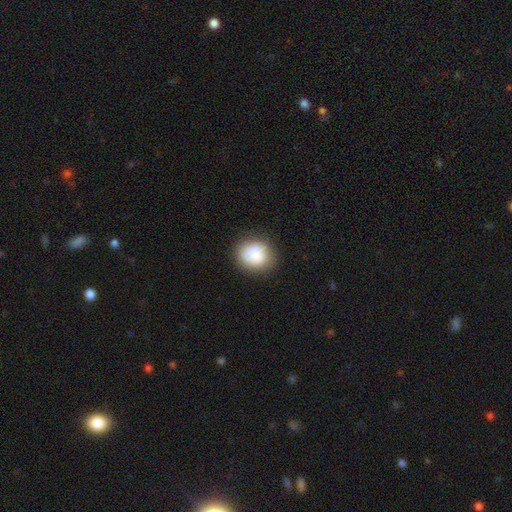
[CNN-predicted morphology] Overall: smooth (84%). How rounded: round (75%). Merging: none (82%).